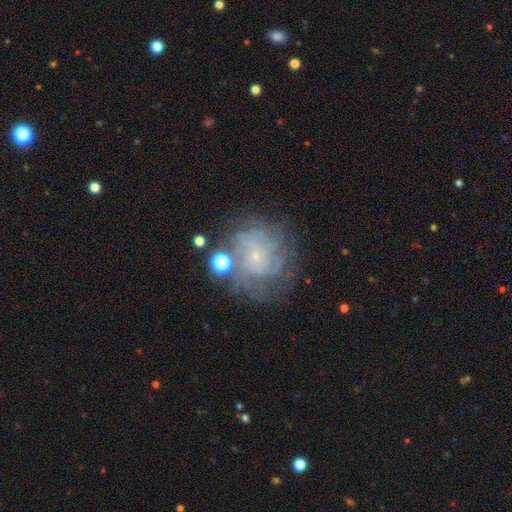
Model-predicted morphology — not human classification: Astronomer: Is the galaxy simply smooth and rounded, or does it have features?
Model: featured or disk — 70%.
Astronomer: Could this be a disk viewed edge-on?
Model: no — 98%.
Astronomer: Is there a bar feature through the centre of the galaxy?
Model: no — 79%.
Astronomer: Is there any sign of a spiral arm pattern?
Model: yes — 85%.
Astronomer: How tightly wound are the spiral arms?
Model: tight — 63%.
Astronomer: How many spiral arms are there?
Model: can't tell — 44%.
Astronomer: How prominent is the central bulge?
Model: small — 82%.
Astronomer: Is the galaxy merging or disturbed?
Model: none — 65%.